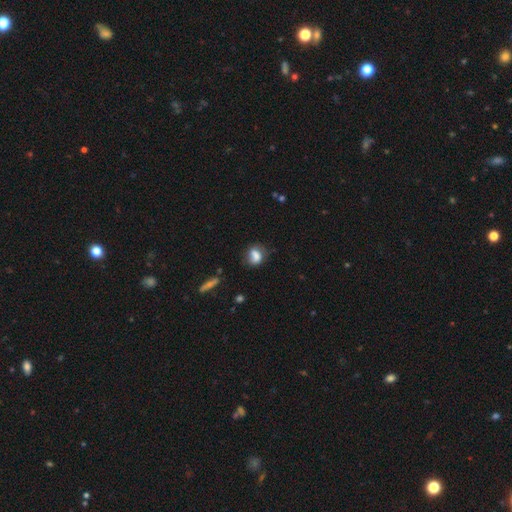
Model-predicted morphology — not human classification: A smooth galaxy with no disk features (73%) that is in between round and cigar-shaped (60%). Merging: none (56%).